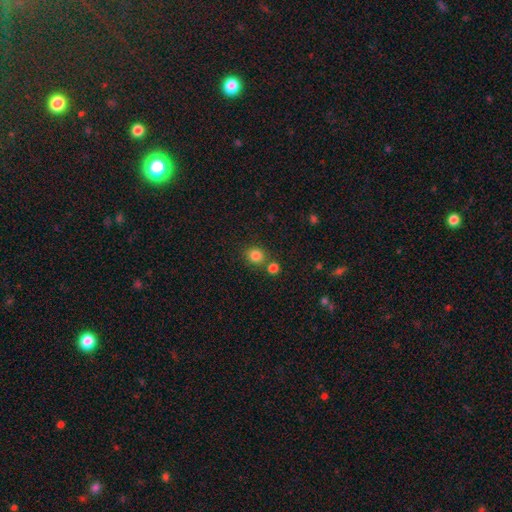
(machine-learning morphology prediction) Smooth or featured: smooth — 83% (star or artifact — 12%)
How rounded: round — 83% (in between — 16%)
Merging: none — 73% (merger — 16%)